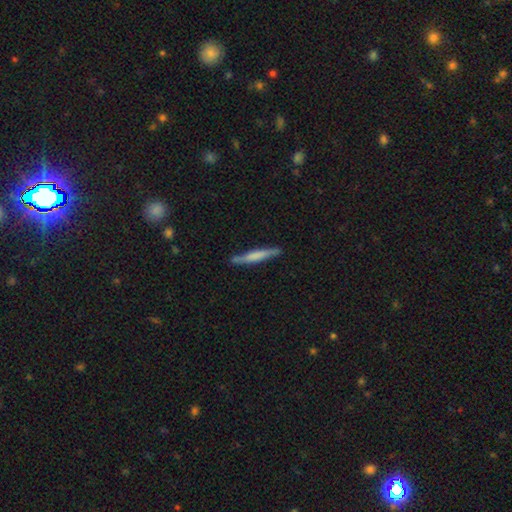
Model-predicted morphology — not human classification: Q: Smooth or featured?
A: smooth (53%); runner-up: featured or disk (41%)
Q: How rounded?
A: cigar-shaped (94%); runner-up: in between (4%)
Q: Merging?
A: none (84%); runner-up: minor disturbance (12%)